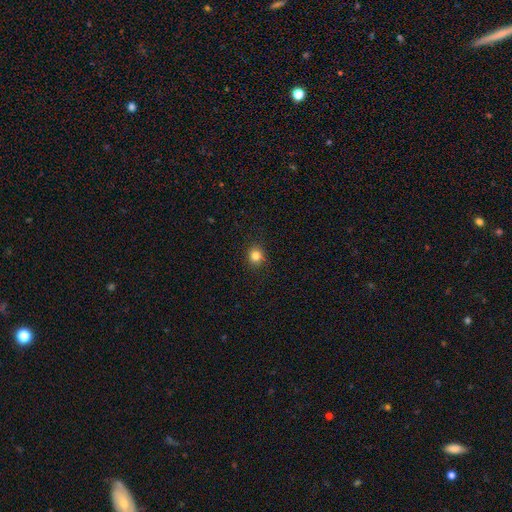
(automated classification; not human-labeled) Smooth or featured: smooth — 83% (star or artifact — 13%)
How rounded: round — 87% (in between — 12%)
Merging: none — 90% (minor disturbance — 7%)